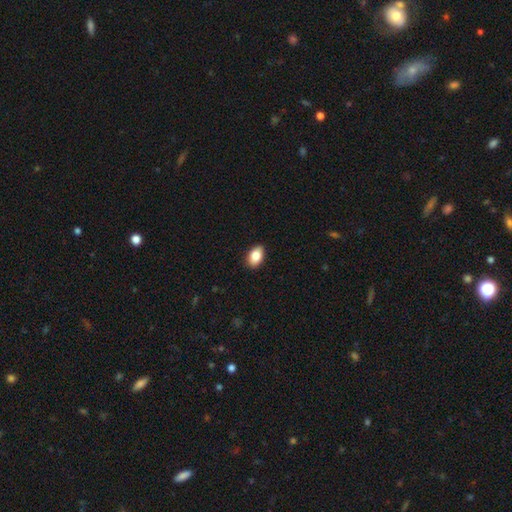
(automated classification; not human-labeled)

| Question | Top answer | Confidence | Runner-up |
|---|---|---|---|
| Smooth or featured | smooth | 85% | featured or disk (8%) |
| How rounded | in between | 90% | round (8%) |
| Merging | none | 89% | minor disturbance (9%) |